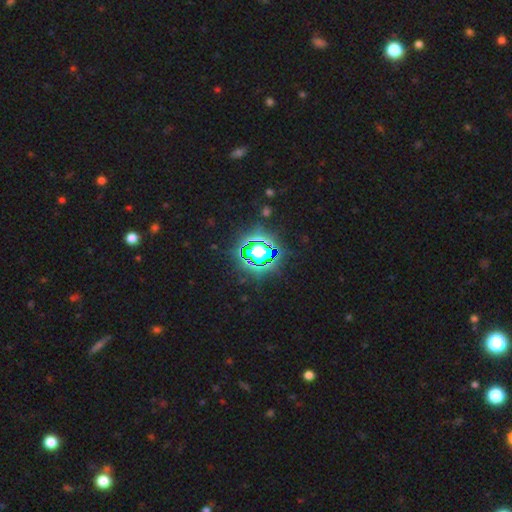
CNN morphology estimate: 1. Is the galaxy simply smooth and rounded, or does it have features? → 77% star or artifact, 15% smooth, 9% featured or disk.